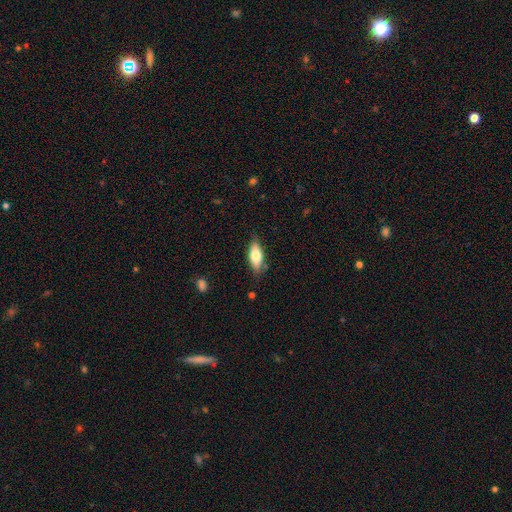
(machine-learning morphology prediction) Smooth or featured?
  - smooth: 69% *
  - featured or disk: 24%
  - star or artifact: 6%
How rounded?
  - in between: 73% *
  - cigar-shaped: 24%
  - round: 3%
Merging?
  - none: 81% *
  - minor disturbance: 15%
  - major disturbance: 3%
  - merger: 2%